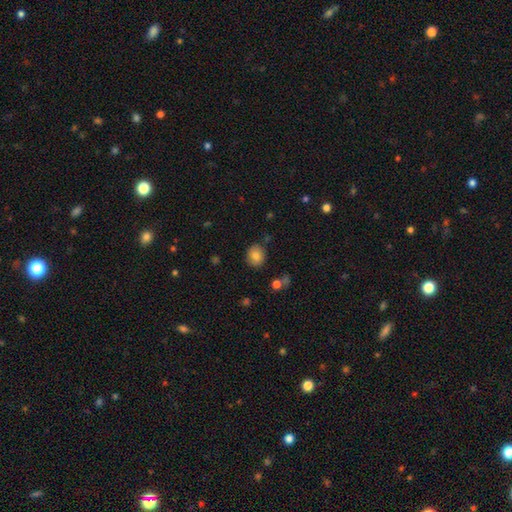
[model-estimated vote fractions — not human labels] A smooth galaxy with no disk features (80%) that is round (75%). Merging: none (81%).